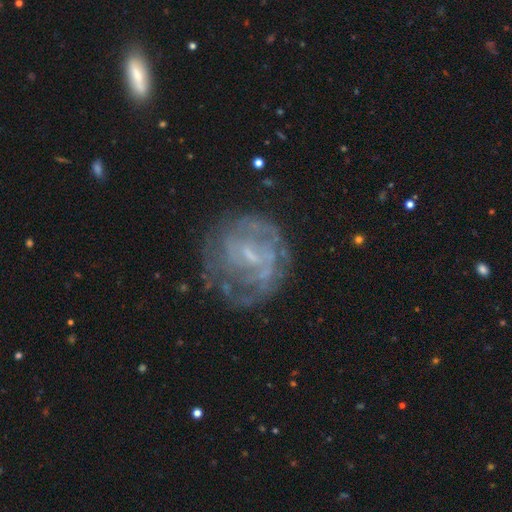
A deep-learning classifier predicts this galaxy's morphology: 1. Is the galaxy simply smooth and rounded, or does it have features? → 72% featured or disk, 15% smooth, 13% star or artifact.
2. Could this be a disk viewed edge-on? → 97% no, 3% yes.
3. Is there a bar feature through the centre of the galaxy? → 48% weak, 37% no, 15% strong.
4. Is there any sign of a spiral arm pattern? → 70% yes, 30% no.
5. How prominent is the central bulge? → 66% small, 18% none, 14% moderate, 1% large, 1% dominant.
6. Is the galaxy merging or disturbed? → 69% none, 16% minor disturbance, 13% major disturbance, 2% merger.